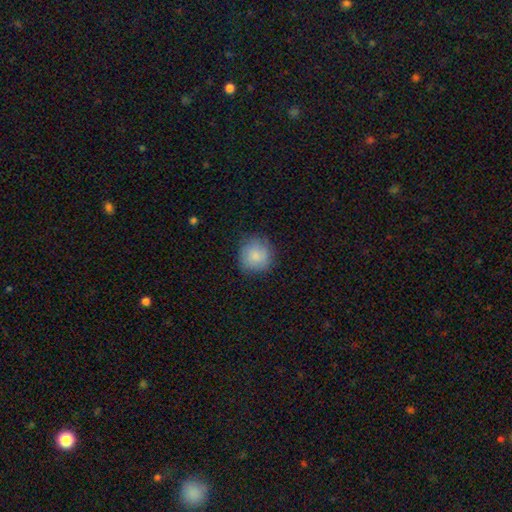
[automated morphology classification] A smooth galaxy with no disk features (82%) that is round (92%).

Vote fractions:
- Smooth or featured? smooth: 82% / featured or disk: 11% / star or artifact: 7%
- How rounded? round: 92% / in between: 7% / cigar-shaped: 1%
- Merging? none: 79% / minor disturbance: 16% / major disturbance: 4% / merger: 1%